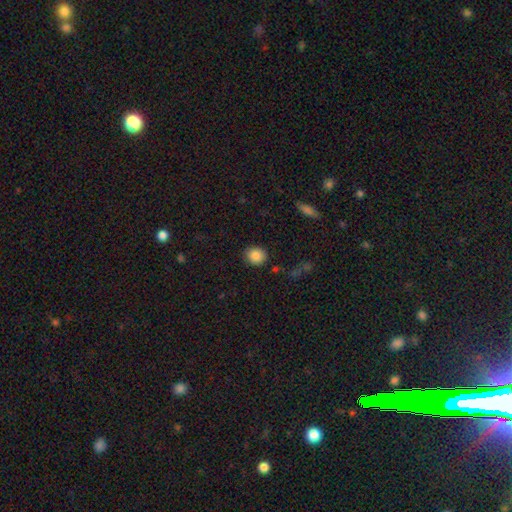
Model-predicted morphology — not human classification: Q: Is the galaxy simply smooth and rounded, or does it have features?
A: smooth — 87%.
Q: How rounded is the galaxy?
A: round — 82%.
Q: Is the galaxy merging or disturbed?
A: none — 88%.